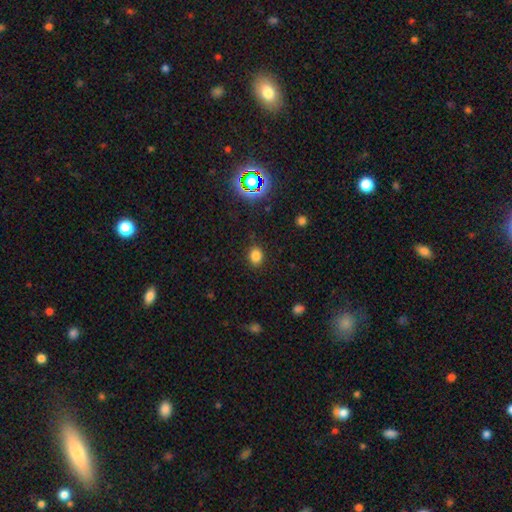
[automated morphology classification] Smooth or featured: smooth — 79% (star or artifact — 16%)
How rounded: in between — 52% (round — 46%)
Merging: none — 85% (minor disturbance — 10%)